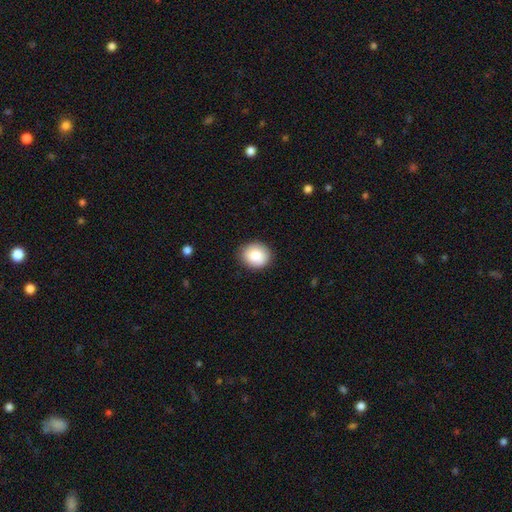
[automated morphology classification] type=smooth (86%); roundness=round (72%); merging=none (88%).